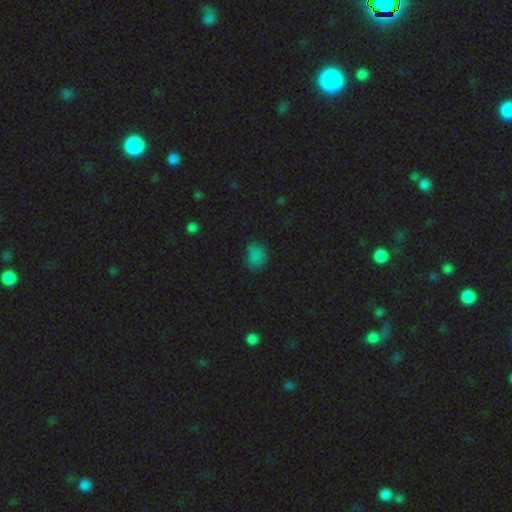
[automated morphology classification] smooth 75%, star or artifact 19%, featured or disk 5%. Down the decision tree: how rounded — in between (57%); merging — none (71%).